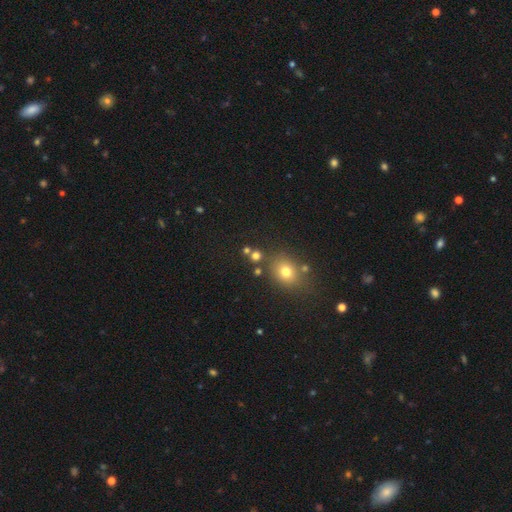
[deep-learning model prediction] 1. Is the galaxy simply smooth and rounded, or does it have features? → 68% smooth, 22% star or artifact, 10% featured or disk.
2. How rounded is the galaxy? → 79% round, 20% in between, 2% cigar-shaped.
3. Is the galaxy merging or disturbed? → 70% none, 17% merger, 9% minor disturbance, 4% major disturbance.